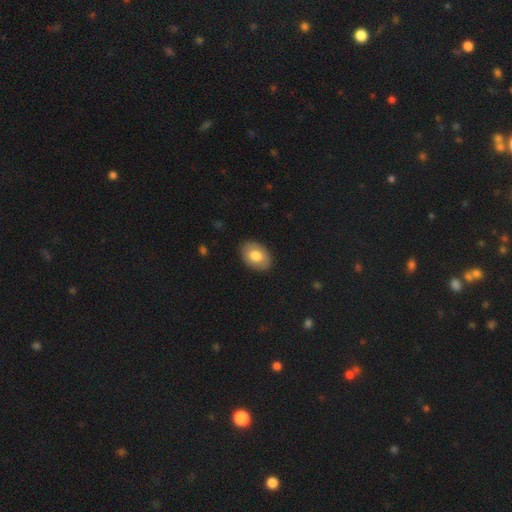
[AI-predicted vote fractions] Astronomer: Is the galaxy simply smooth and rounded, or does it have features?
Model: smooth — 78%.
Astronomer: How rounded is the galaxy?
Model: in between — 78%.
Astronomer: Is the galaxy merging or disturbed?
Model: none — 89%.